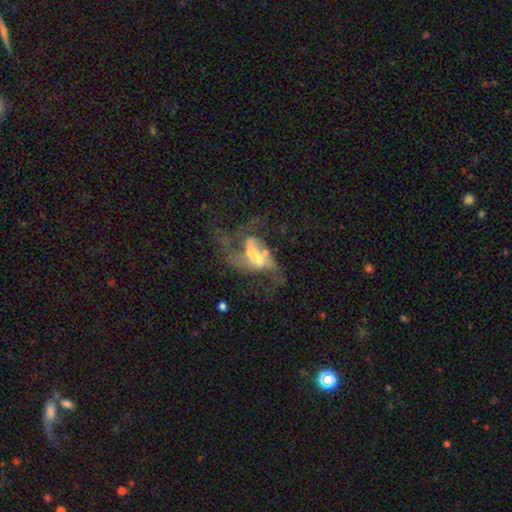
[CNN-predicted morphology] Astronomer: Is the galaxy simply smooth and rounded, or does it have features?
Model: featured or disk — 71%.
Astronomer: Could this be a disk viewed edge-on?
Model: no — 96%.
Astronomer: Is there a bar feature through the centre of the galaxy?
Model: no — 56% (runner-up: weak, 32%).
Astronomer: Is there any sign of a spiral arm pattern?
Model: yes — 65%.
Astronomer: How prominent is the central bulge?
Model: moderate — 53%.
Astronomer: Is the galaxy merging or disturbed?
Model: merger — 47% (runner-up: major disturbance, 26%).